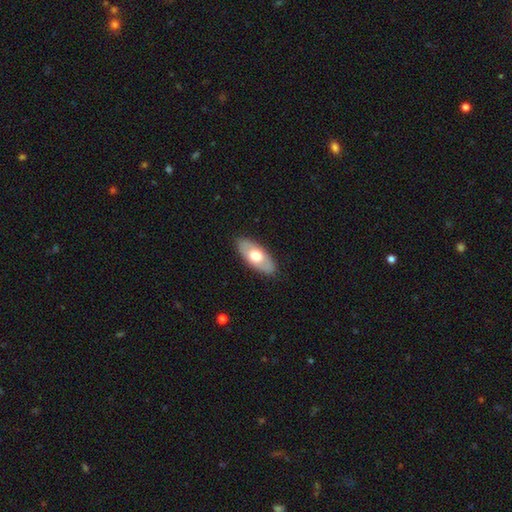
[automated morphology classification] Smooth or featured? smooth (58%)
How rounded? in between (89%)
Merging? none (87%)